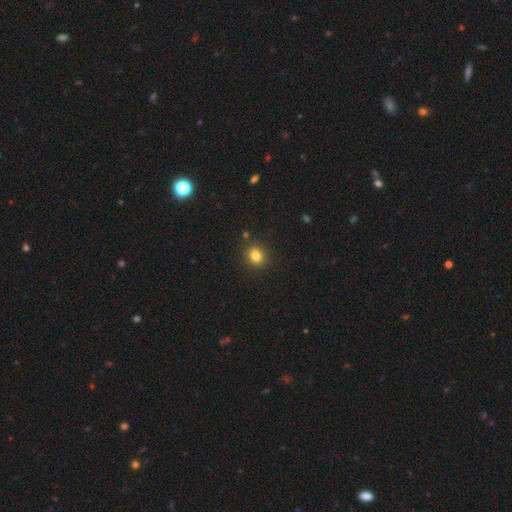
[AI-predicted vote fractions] Smooth or featured?
  - smooth: 82% *
  - star or artifact: 12%
  - featured or disk: 6%
How rounded?
  - round: 71% *
  - in between: 28%
  - cigar-shaped: 1%
Merging?
  - none: 88% *
  - minor disturbance: 8%
  - merger: 2%
  - major disturbance: 2%